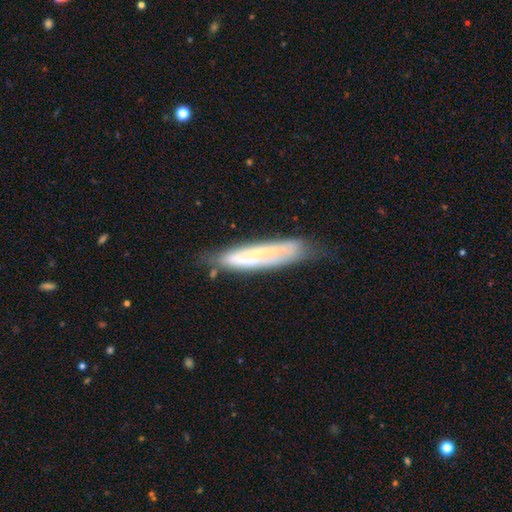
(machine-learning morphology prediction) The model was most divided on "edge-on disk": no: 53%, yes: 47%. More confident: merging — none (62%); smooth or featured — featured or disk (52%).